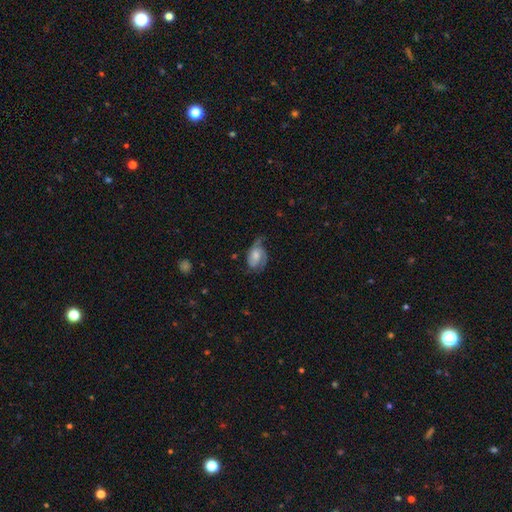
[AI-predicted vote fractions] This is likely a featured or disk galaxy (67%). It is clearly not viewed edge-on (97%). Bar: likely no (65%). Spiral arm pattern: clearly yes (91%). Spiral arm count: likely 2 (68%). Spiral winding: marginally medium (44%). Central bulge: possibly moderate (48%). Merging: possibly none (47%).